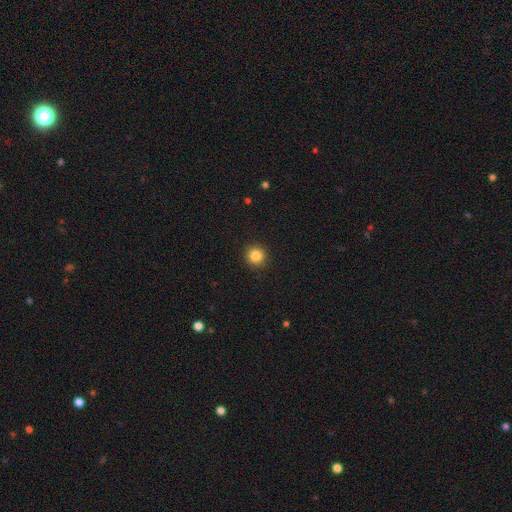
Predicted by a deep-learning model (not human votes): This is clearly a smooth galaxy (84%). How rounded: clearly round (94%). Merging: clearly none (92%).